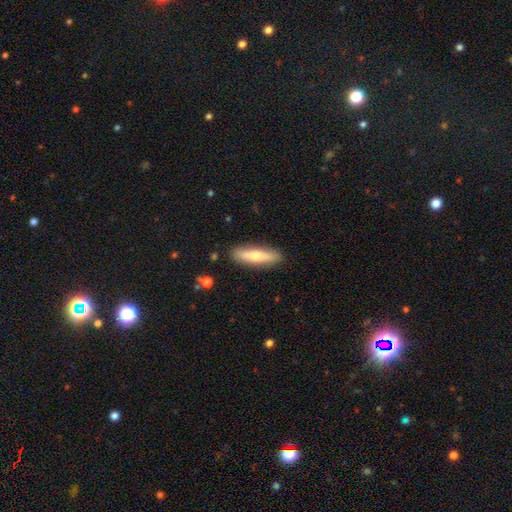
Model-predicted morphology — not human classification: A smooth galaxy with no disk features (59%) that is cigar-shaped (70%). Merging: none (87%).